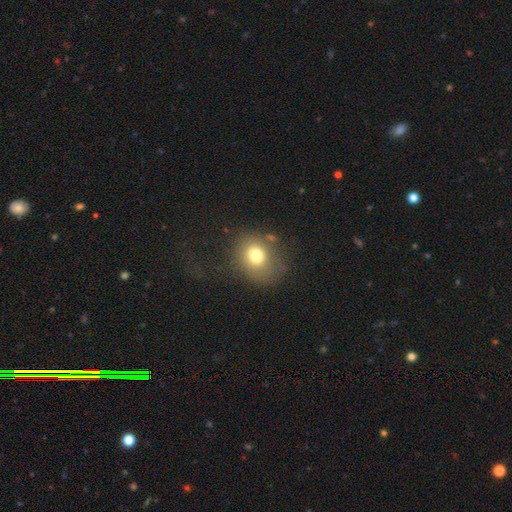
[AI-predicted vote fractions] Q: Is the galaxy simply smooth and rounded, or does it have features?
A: smooth — 74%.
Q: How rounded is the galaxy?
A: round — 61%.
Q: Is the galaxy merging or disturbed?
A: none — 66%.